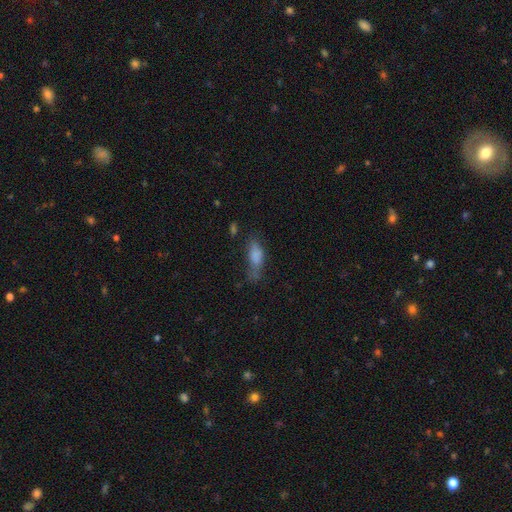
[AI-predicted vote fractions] Overall: smooth (73%). How rounded: in between (69%). Merging: none (38%; minor disturbance 31%).